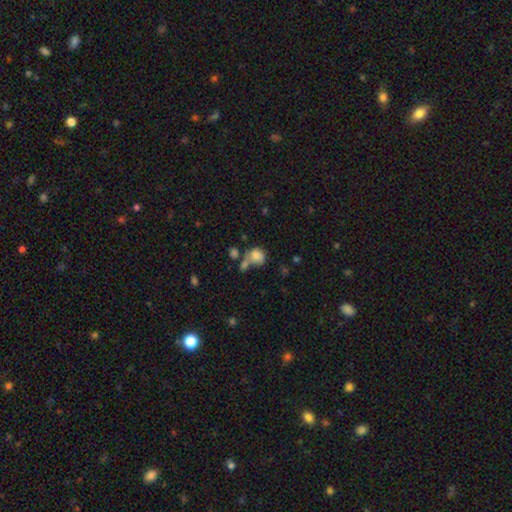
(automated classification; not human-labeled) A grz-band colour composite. It shows a smooth galaxy with no disk features (77%) that is round (57%). Merging: merger (39%).